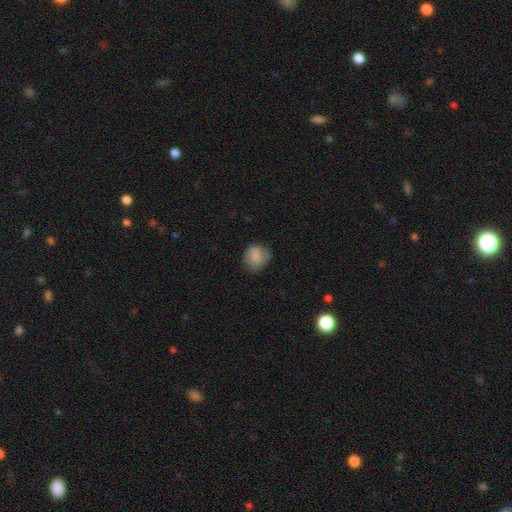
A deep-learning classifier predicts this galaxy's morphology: Q: Smooth or featured?
A: smooth (81%); runner-up: featured or disk (11%)
Q: How rounded?
A: round (71%); runner-up: in between (28%)
Q: Merging?
A: none (67%); runner-up: minor disturbance (24%)